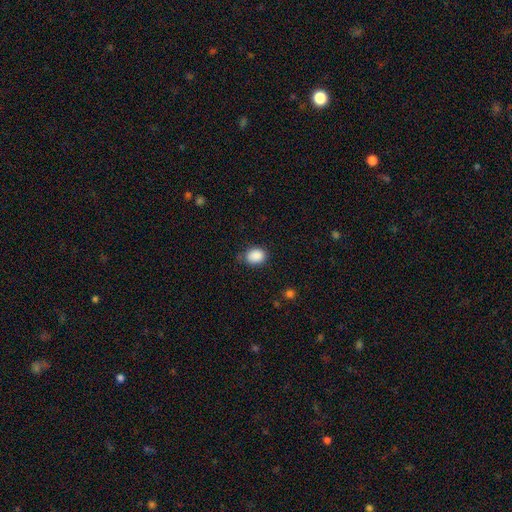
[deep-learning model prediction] smooth 88%, star or artifact 8%, featured or disk 3%. Down the decision tree: how rounded — in between (57%); merging — none (74%).